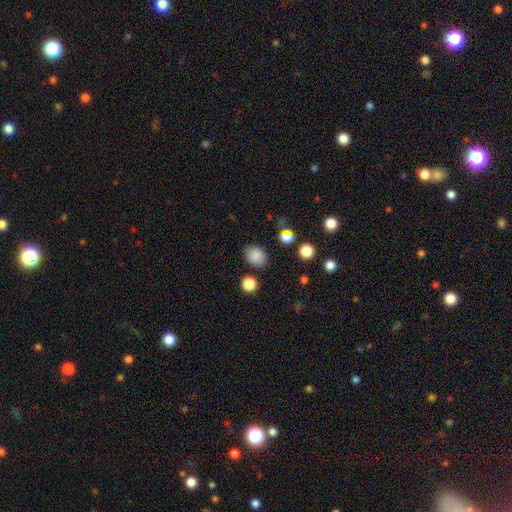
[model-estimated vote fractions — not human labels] Smooth or featured? Predicted: smooth (p=0.85). How rounded? Predicted: in between (p=0.61). Merging? Predicted: none (p=0.82).